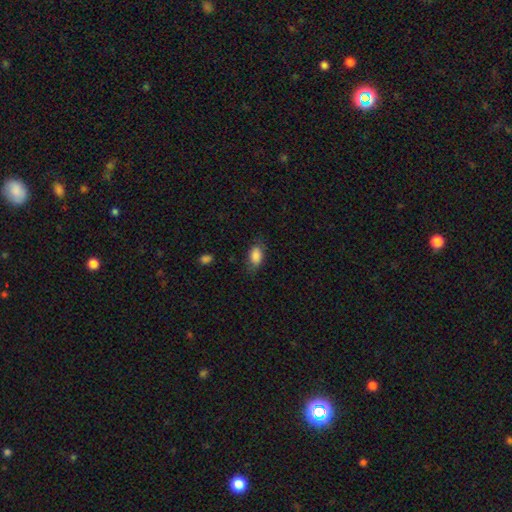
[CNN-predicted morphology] Smooth or featured?
  - smooth: 85% *
  - star or artifact: 8%
  - featured or disk: 7%
How rounded?
  - in between: 89% *
  - round: 8%
  - cigar-shaped: 2%
Merging?
  - none: 73% *
  - minor disturbance: 20%
  - major disturbance: 6%
  - merger: 1%